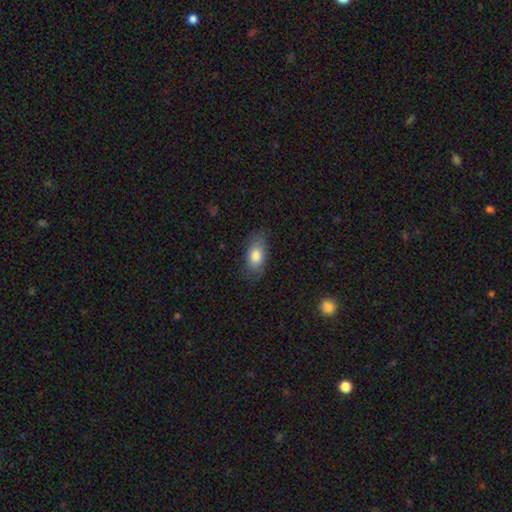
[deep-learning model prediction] This is likely a smooth galaxy (80%). How rounded: clearly in between (90%). Merging: likely none (76%).